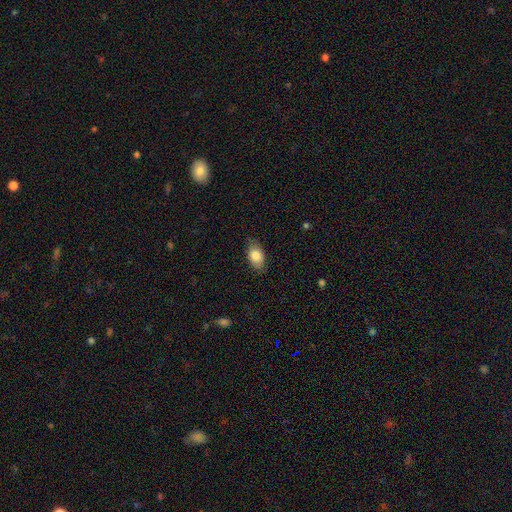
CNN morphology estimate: Smooth or featured? smooth (83%)
How rounded? in between (90%)
Merging? none (78%)